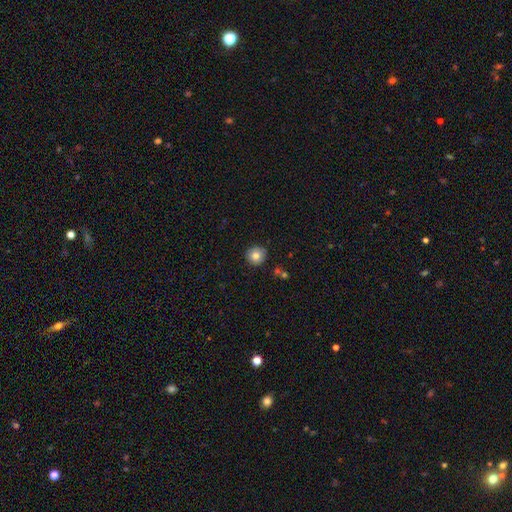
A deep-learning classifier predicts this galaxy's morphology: The model was most divided on "smooth or featured": smooth: 80%, featured or disk: 10%, star or artifact: 10%. More confident: how rounded — round (94%); merging — none (89%).